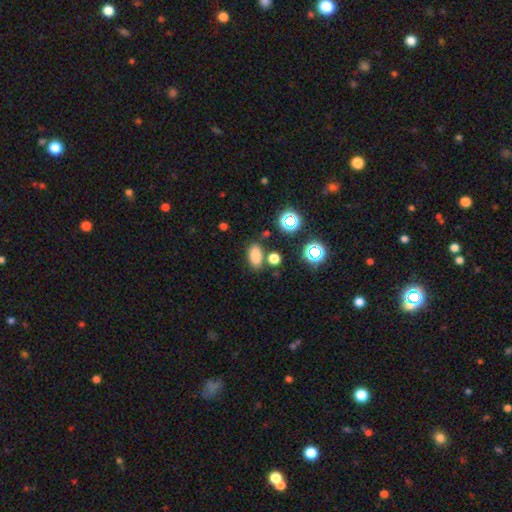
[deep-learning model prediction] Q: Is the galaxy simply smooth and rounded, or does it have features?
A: smooth — 78%.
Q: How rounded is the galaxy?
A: in between — 87%.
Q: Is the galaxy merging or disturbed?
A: none — 78%.